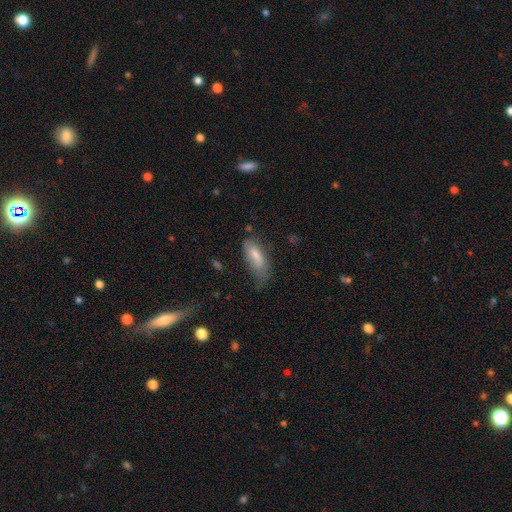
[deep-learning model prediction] smooth-or-featured: smooth: 76% | featured or disk: 17% | star or artifact: 7%
  how-rounded: in between: 71% | cigar-shaped: 27% | round: 2%
  merging: none: 40% | minor disturbance: 36% | major disturbance: 20% | merger: 3%